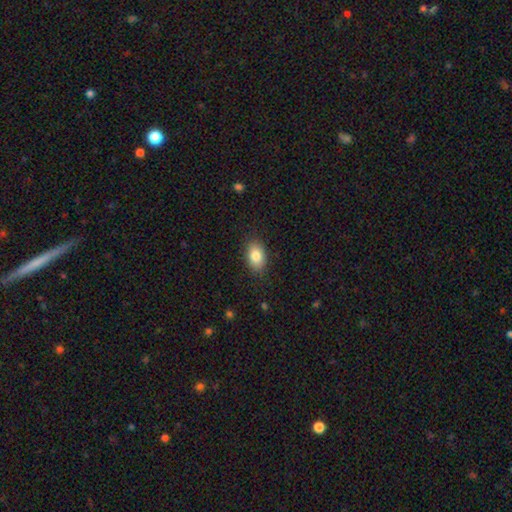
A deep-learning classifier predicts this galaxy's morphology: Smooth or featured: smooth — 84% (featured or disk — 9%)
How rounded: in between — 89% (round — 10%)
Merging: none — 85% (minor disturbance — 11%)